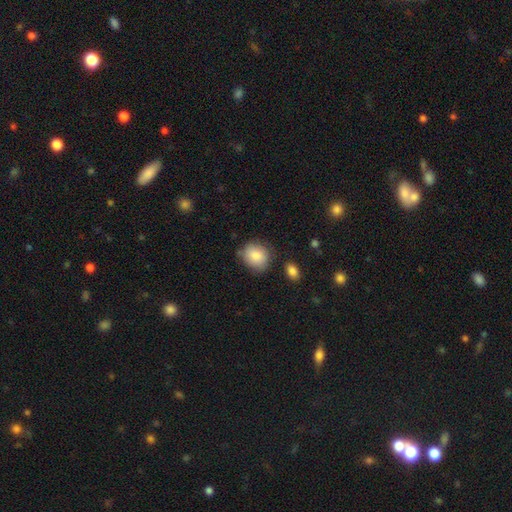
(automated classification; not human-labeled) The model was most divided on "how rounded": round: 66%, in between: 33%, cigar-shaped: 1%. More confident: smooth or featured — smooth (85%); merging — none (71%).